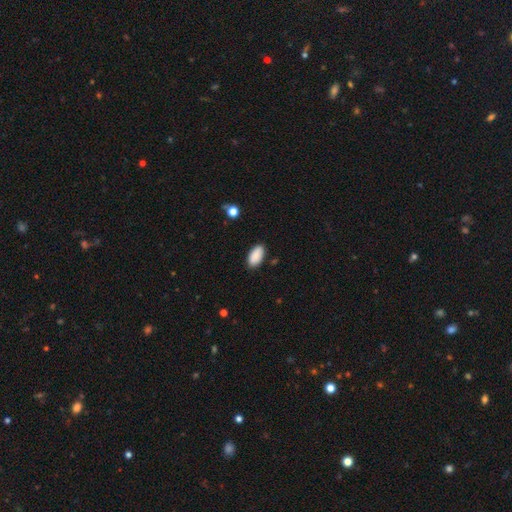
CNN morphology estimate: Smooth or featured?
  - smooth: 89% *
  - star or artifact: 7%
  - featured or disk: 4%
How rounded?
  - in between: 94% *
  - cigar-shaped: 3%
  - round: 2%
Merging?
  - none: 86% *
  - minor disturbance: 11%
  - major disturbance: 2%
  - merger: 1%